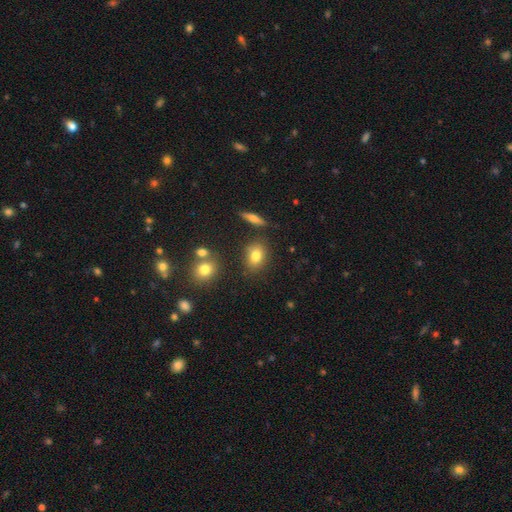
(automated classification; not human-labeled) Q: Smooth or featured?
A: smooth (78%); runner-up: star or artifact (11%)
Q: How rounded?
A: in between (66%); runner-up: round (31%)
Q: Merging?
A: none (77%); runner-up: minor disturbance (13%)